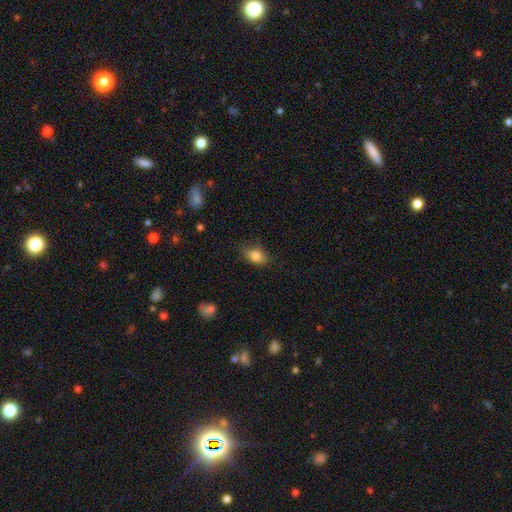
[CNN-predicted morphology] This is clearly a smooth galaxy (84%). How rounded: clearly in between (81%). Merging: likely none (77%).